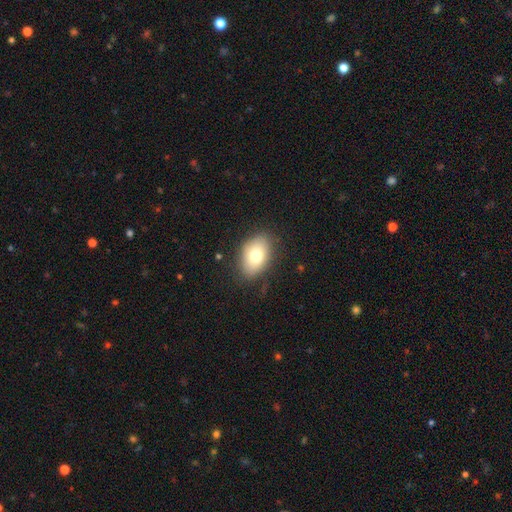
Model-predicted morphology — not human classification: A smooth galaxy with no disk features (76%) that is in between round and cigar-shaped (88%). Merging: none (82%).